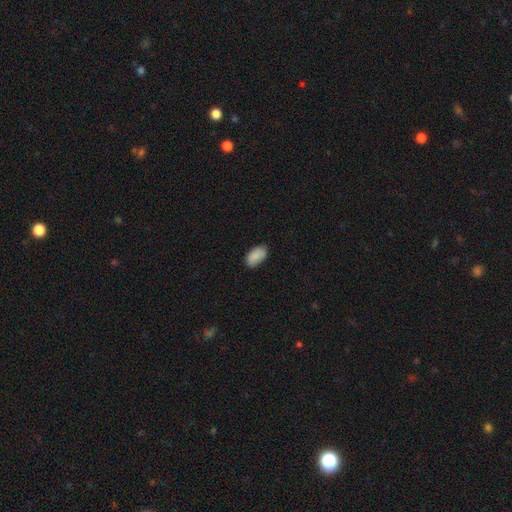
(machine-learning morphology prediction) Smooth or featured?
  - smooth: 87% *
  - star or artifact: 7%
  - featured or disk: 6%
How rounded?
  - in between: 94% *
  - round: 4%
  - cigar-shaped: 2%
Merging?
  - none: 79% *
  - minor disturbance: 17%
  - major disturbance: 3%
  - merger: 1%